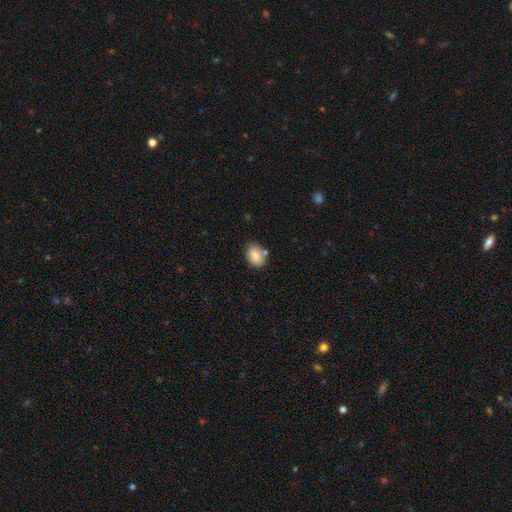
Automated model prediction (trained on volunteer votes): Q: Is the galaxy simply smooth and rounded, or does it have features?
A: smooth — 87%.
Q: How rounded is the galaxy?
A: in between — 75%.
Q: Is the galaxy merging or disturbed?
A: none — 73%.